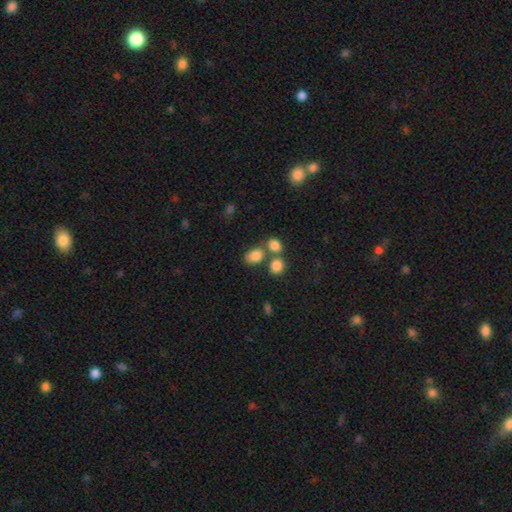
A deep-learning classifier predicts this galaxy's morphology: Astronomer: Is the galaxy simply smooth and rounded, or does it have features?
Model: smooth — 82%.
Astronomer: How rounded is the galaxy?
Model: in between — 69%.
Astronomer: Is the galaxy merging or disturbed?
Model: none — 49% (runner-up: merger, 36%).